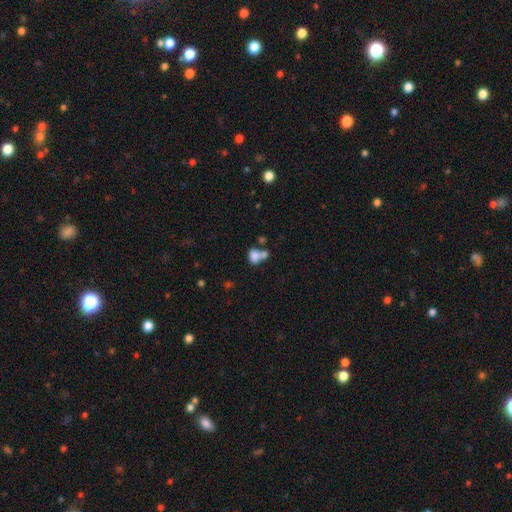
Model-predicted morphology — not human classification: Smooth or featured? smooth (75%)
How rounded? in between (71%)
Merging? merger (59%)